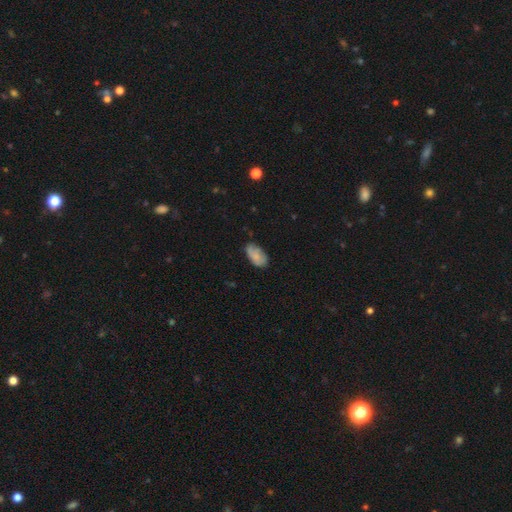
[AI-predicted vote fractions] A smooth galaxy with no disk features (70%) that is in between round and cigar-shaped (94%). Merging: none (63%).